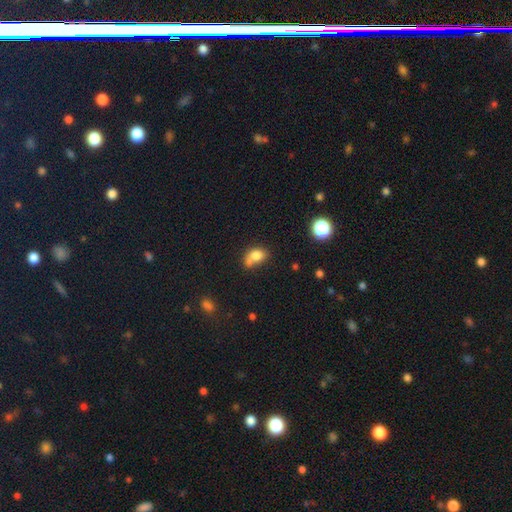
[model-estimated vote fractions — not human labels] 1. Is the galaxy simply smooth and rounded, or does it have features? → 77% smooth, 12% featured or disk, 11% star or artifact.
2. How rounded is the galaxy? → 69% in between, 29% round, 2% cigar-shaped.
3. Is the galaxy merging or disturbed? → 38% merger, 33% none, 18% minor disturbance, 11% major disturbance.